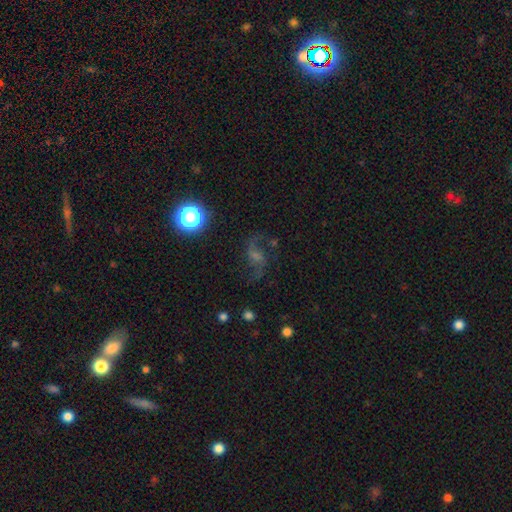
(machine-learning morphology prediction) smooth_or_featured: featured or disk (p=0.67) [alt: star or artifact p=0.20]
disk_edge_on: no (p=0.97) [alt: yes p=0.03]
bar: no (p=0.44) [tied with: weak p=0.44]
has_spiral_arms: yes (p=0.94) [alt: no p=0.06]
spiral_winding: loose (p=0.64) [alt: medium p=0.30]
spiral_arm_count: 2 (p=0.91) [alt: can't tell p=0.03]
bulge_size: small (p=0.36) [alt: moderate p=0.33]
merging: none (p=0.76) [alt: minor disturbance p=0.13]